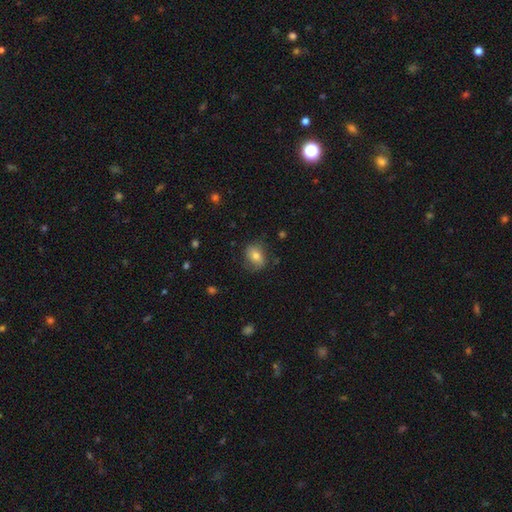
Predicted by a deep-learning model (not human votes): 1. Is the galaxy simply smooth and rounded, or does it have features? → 65% smooth, 26% featured or disk, 9% star or artifact.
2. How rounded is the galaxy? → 63% in between, 35% round, 1% cigar-shaped.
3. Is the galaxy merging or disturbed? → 67% none, 22% minor disturbance, 9% major disturbance, 1% merger.